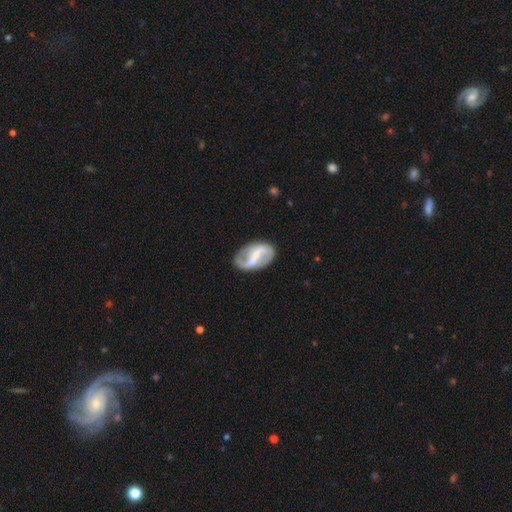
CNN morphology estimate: Smooth or featured?
  - featured or disk: 82% *
  - smooth: 14%
  - star or artifact: 5%
Edge-on disk?
  - no: 97% *
  - yes: 3%
Bar?
  - strong: 58% *
  - weak: 31%
  - no: 11%
Spiral arms?
  - yes: 87% *
  - no: 13%
Spiral winding?
  - loose: 52% *
  - medium: 34%
  - tight: 14%
Spiral arm count?
  - 2: 90% *
  - can't tell: 5%
  - 1: 3%
  - 3: 1%
  - 4: 1%
  - more than 4: 1%
Bulge size?
  - small: 49% *
  - moderate: 24%
  - none: 23%
  - large: 4%
  - dominant: 1%
Merging?
  - none: 79% *
  - minor disturbance: 13%
  - major disturbance: 6%
  - merger: 2%